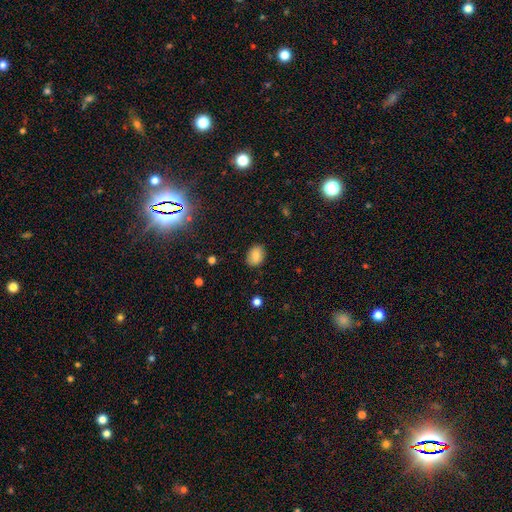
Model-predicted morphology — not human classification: smooth 82%, star or artifact 9%, featured or disk 9%. Down the decision tree: how rounded — in between (73%); merging — none (85%).